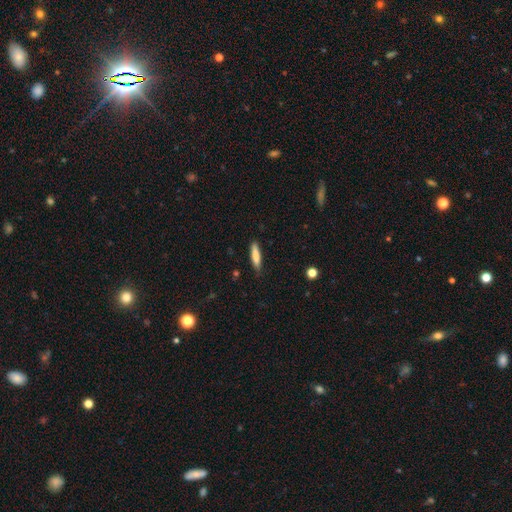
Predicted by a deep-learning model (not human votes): Morphology: type=smooth (82%); roundness=cigar-shaped (82%); merging=none (82%).